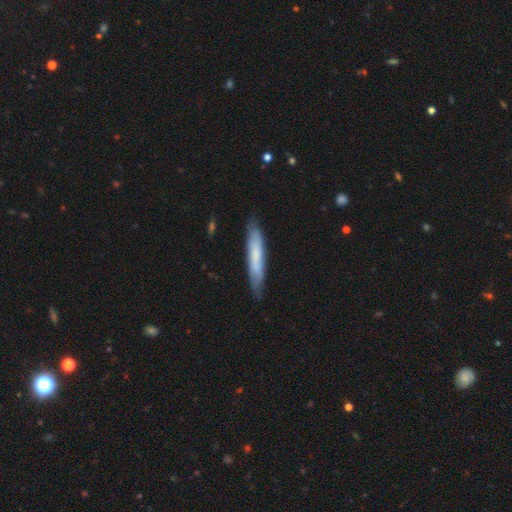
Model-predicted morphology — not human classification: This is likely a smooth galaxy (62%). How rounded: clearly cigar-shaped (90%). Merging: clearly none (81%).